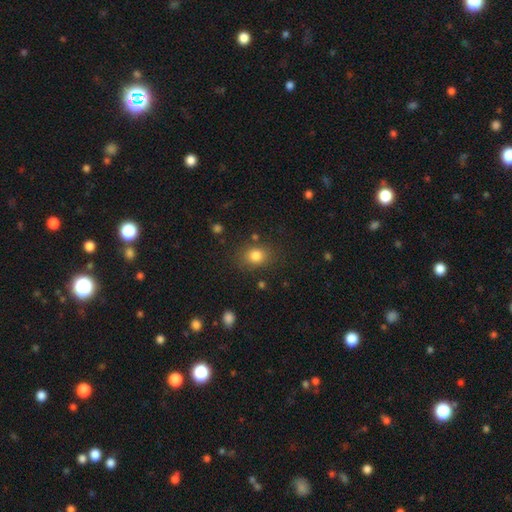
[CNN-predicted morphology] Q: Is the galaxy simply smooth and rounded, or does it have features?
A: smooth — 81%.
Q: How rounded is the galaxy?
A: round — 52%.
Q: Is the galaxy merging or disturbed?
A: none — 80%.